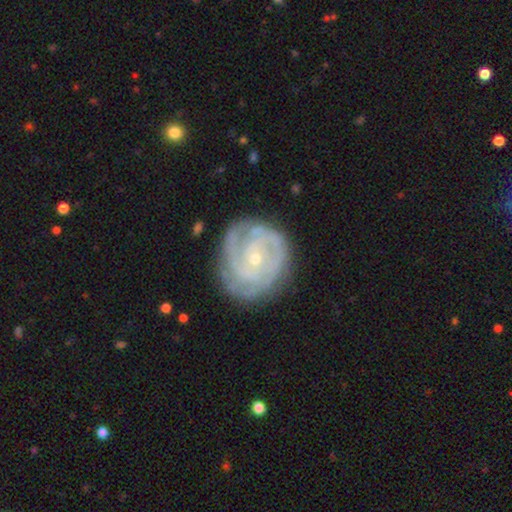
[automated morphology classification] A featured or disk galaxy (82%) with no bar (69%), tight (76%) spiral arms (94%) and a small central bulge (75%). Merging: none (75%).